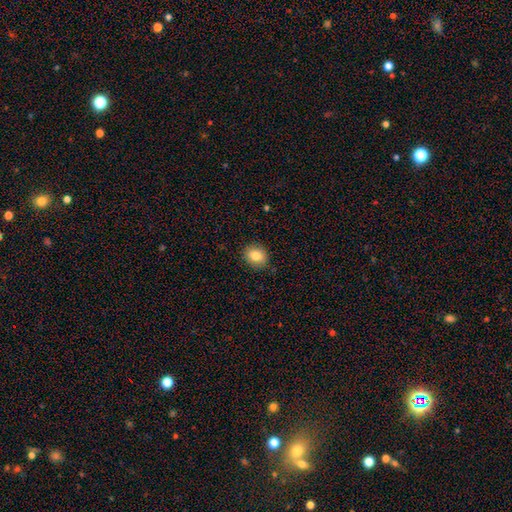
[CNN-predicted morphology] smooth 82%, star or artifact 9%, featured or disk 9%. Down the decision tree: how rounded — round (63%); merging — none (87%).